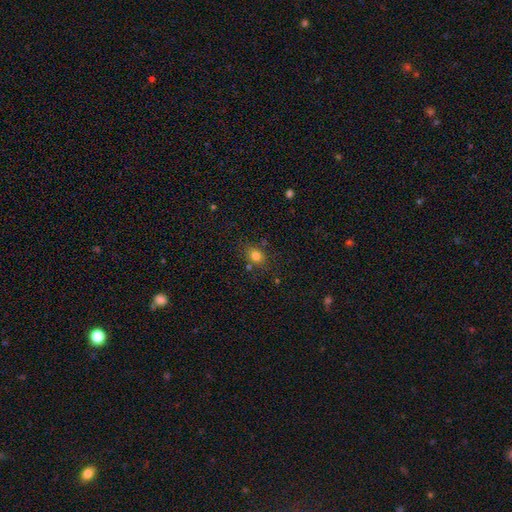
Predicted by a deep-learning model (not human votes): This is likely a smooth galaxy (79%). How rounded: possibly round (51%). Merging: likely none (74%).